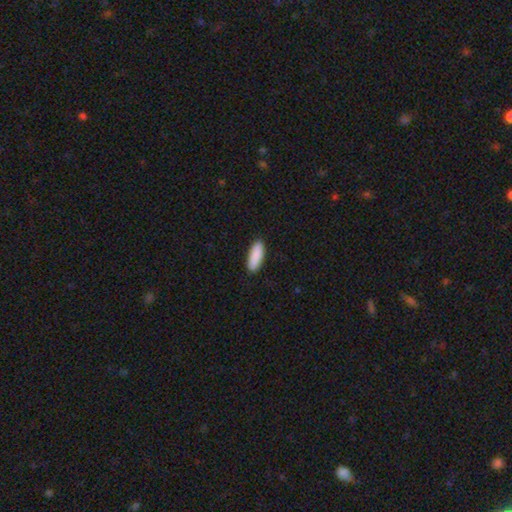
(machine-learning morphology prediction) smooth 90%, star or artifact 5%, featured or disk 4%. Down the decision tree: how rounded — in between (58%); merging — none (90%).